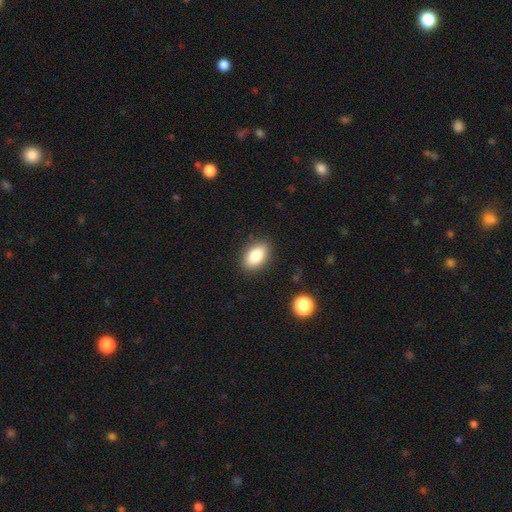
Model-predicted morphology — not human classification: type=smooth (84%); roundness=in between (90%); merging=none (87%).